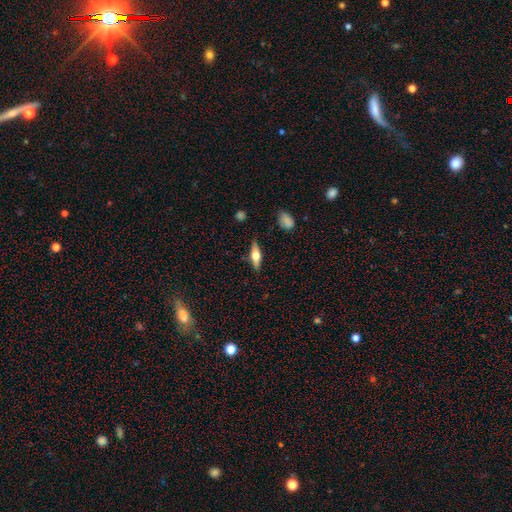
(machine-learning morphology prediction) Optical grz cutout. It shows a featured or disk galaxy (51%) viewed edge-on (92%). Merging: none (85%).